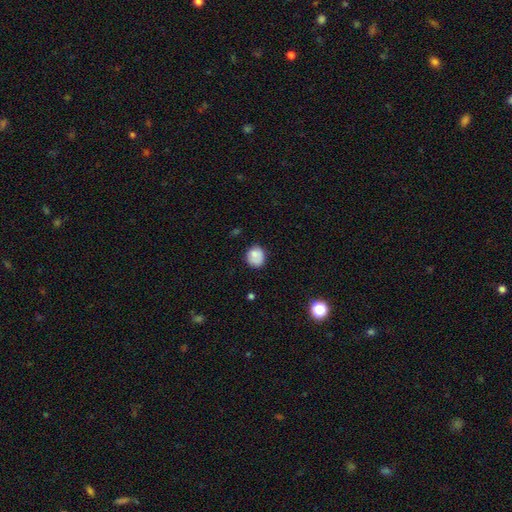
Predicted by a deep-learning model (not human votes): smooth 77%, featured or disk 15%, star or artifact 9%. Down the decision tree: how rounded — round (70%); merging — none (66%).